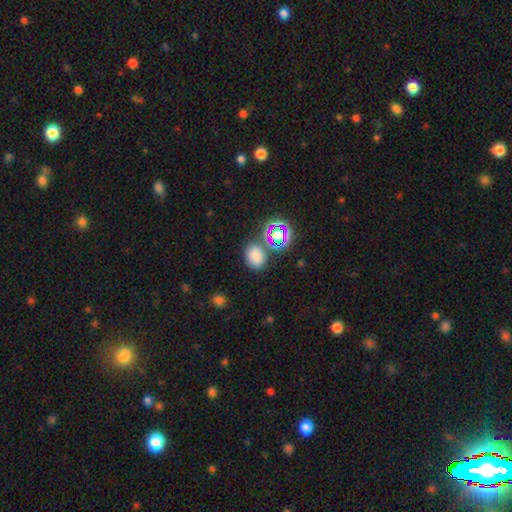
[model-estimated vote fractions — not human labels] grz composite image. It shows a smooth galaxy with no disk features (72%) that is in between round and cigar-shaped (57%). Merging: none (72%).